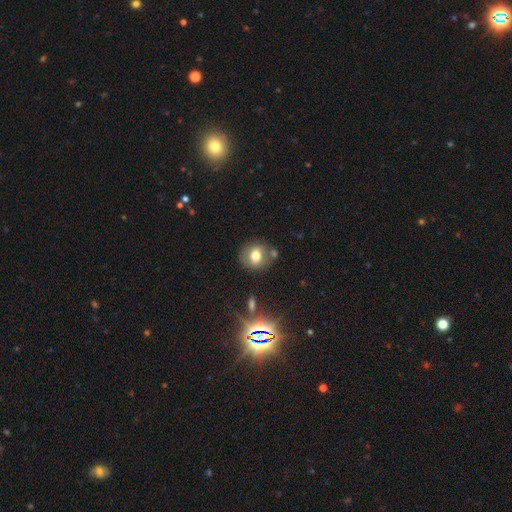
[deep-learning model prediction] Smooth or featured?
  - smooth: 72% *
  - featured or disk: 15%
  - star or artifact: 13%
How rounded?
  - round: 75% *
  - in between: 24%
  - cigar-shaped: 1%
Merging?
  - none: 73% *
  - minor disturbance: 13%
  - merger: 10%
  - major disturbance: 4%